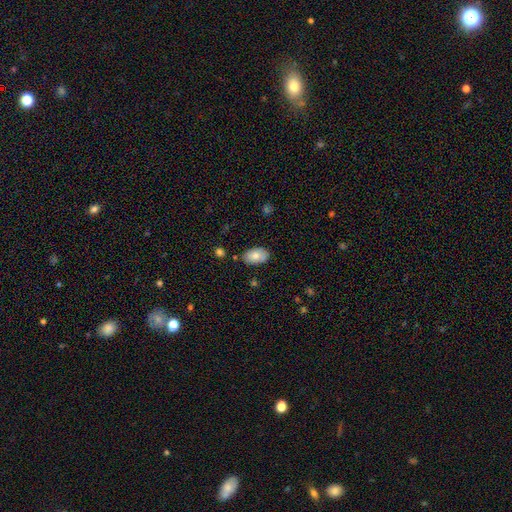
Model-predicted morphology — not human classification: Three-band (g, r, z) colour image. It shows a smooth galaxy with no disk features (77%) that is in between round and cigar-shaped (93%). Merging: none (79%).